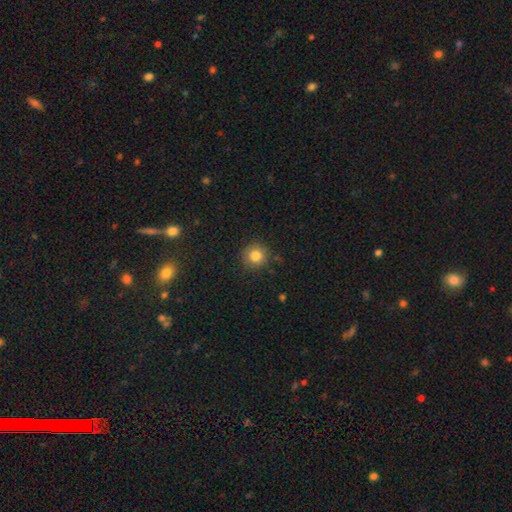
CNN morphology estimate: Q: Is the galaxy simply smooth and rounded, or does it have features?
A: smooth — 82%.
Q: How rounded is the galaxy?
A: round — 94%.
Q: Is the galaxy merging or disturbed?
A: none — 88%.